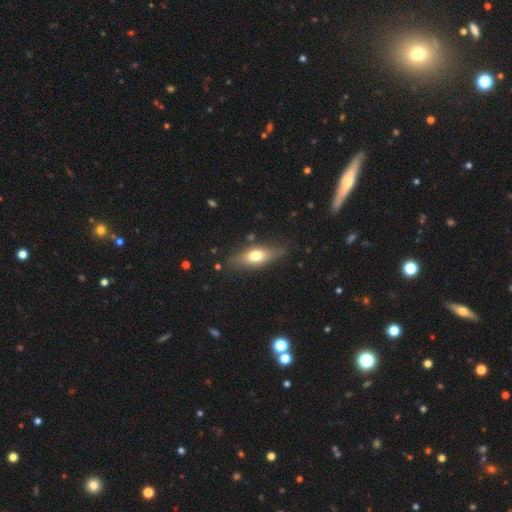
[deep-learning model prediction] A smooth galaxy with no disk features (62%) that is in between round and cigar-shaped (66%). Merging: none (80%).